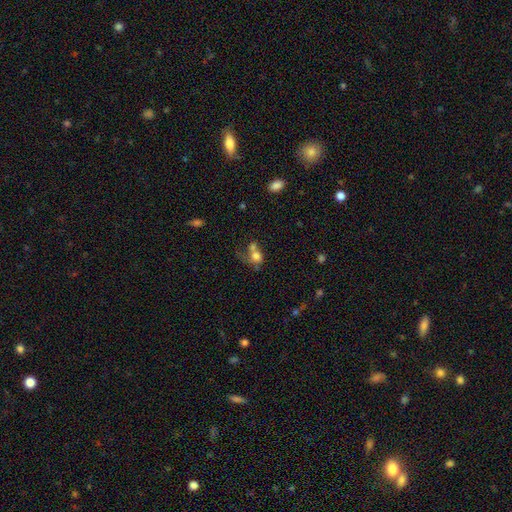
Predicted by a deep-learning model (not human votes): smooth 68%, featured or disk 20%, star or artifact 12%. Down the decision tree: how rounded — round (55%); merging — merger (51%).